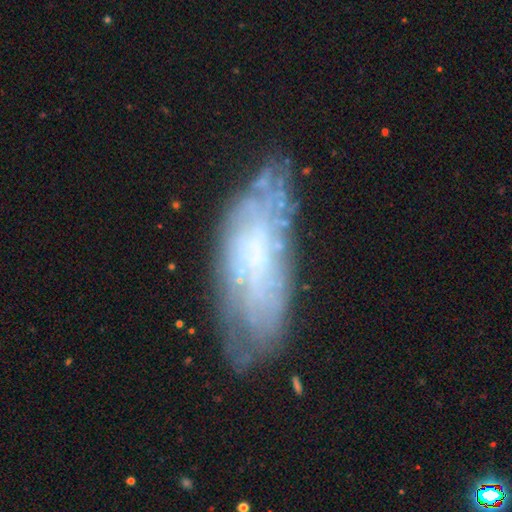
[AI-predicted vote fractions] This appears to be a featured or disk galaxy (54%). Merging: none (67%).